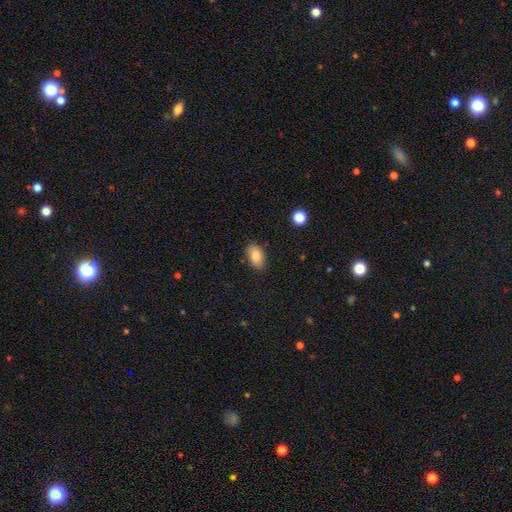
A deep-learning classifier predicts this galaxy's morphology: type=smooth (84%); roundness=in between (90%); merging=none (86%).